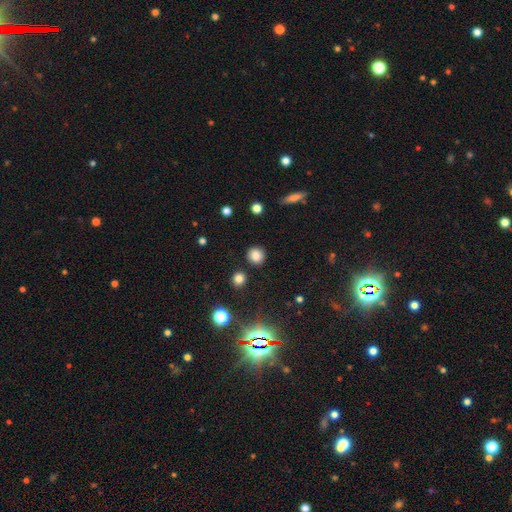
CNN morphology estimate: This appears to be a smooth galaxy with no disk features (82%) that is round (90%). Merging: none (88%).